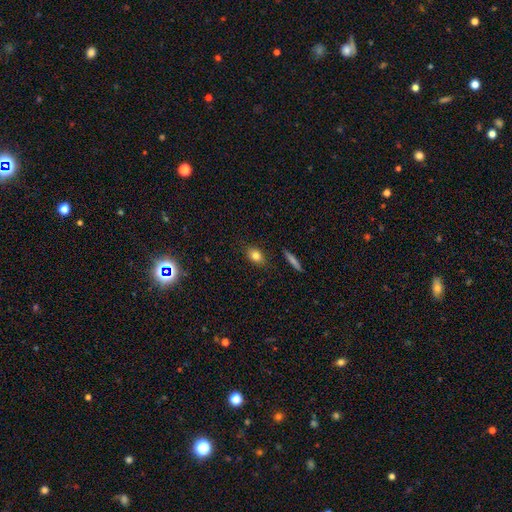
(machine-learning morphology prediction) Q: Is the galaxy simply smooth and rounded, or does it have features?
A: smooth — 81%.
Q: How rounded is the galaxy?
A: in between — 76%.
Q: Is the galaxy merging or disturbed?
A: none — 85%.